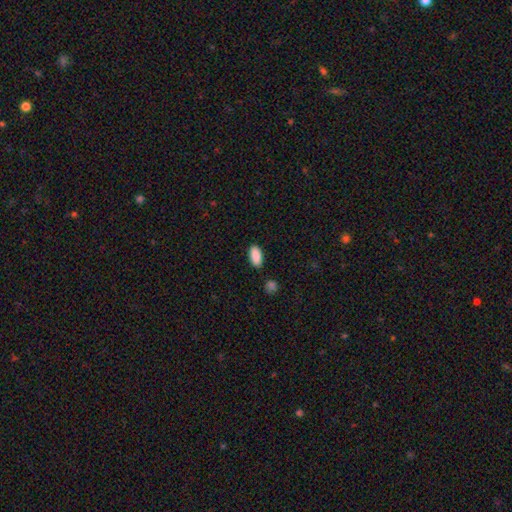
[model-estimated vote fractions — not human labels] smooth-or-featured: smooth: 89% | star or artifact: 7% | featured or disk: 4%
  how-rounded: in between: 90% | cigar-shaped: 7% | round: 2%
  merging: none: 86% | minor disturbance: 10% | merger: 3% | major disturbance: 2%